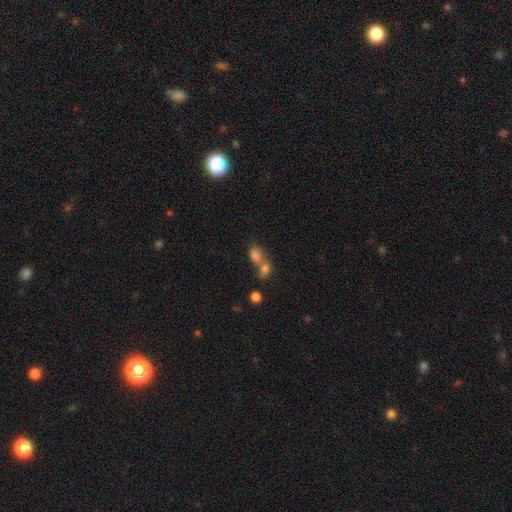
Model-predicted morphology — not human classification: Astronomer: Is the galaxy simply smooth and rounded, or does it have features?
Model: smooth — 77%.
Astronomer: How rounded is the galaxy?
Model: in between — 74%.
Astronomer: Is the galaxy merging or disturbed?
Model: merger — 63%.